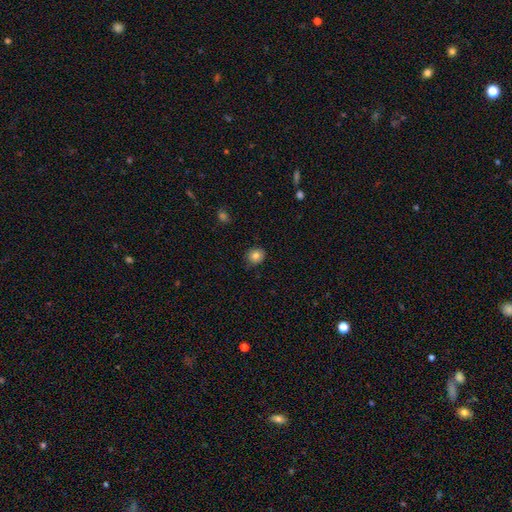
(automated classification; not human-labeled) smooth 83%, star or artifact 10%, featured or disk 7%. Down the decision tree: how rounded — round (79%); merging — none (86%).